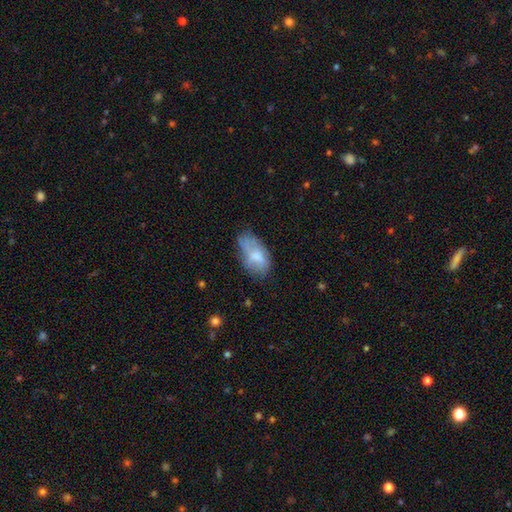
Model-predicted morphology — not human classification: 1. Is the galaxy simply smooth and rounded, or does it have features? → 63% smooth, 28% featured or disk, 8% star or artifact.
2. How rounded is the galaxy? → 93% in between, 5% round, 3% cigar-shaped.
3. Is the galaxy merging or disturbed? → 45% none, 34% minor disturbance, 17% major disturbance, 4% merger.